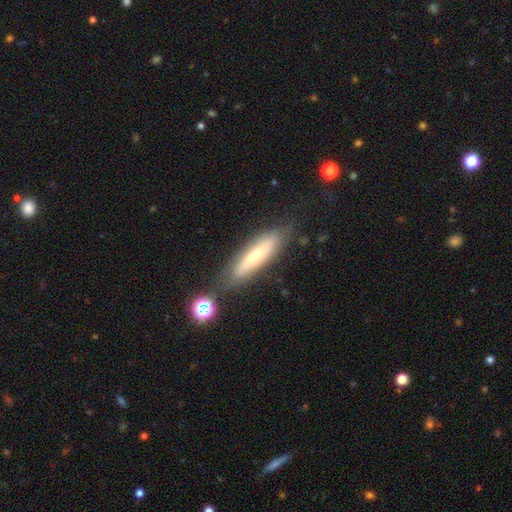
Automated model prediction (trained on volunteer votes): Morphology: type=smooth (55%); roundness=cigar-shaped (69%); merging=none (73%).